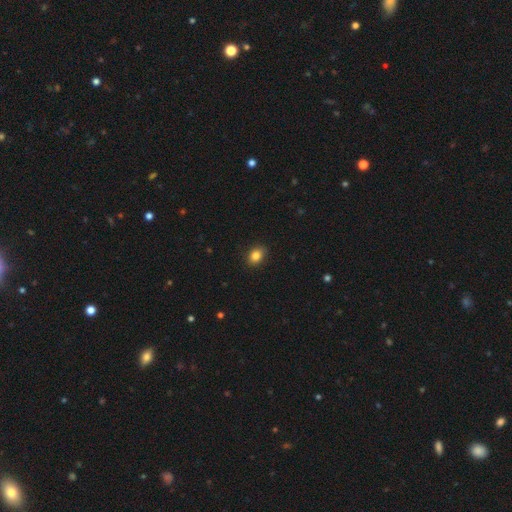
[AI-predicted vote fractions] smooth 85%, star or artifact 10%, featured or disk 6%. Down the decision tree: how rounded — in between (64%); merging — none (87%).